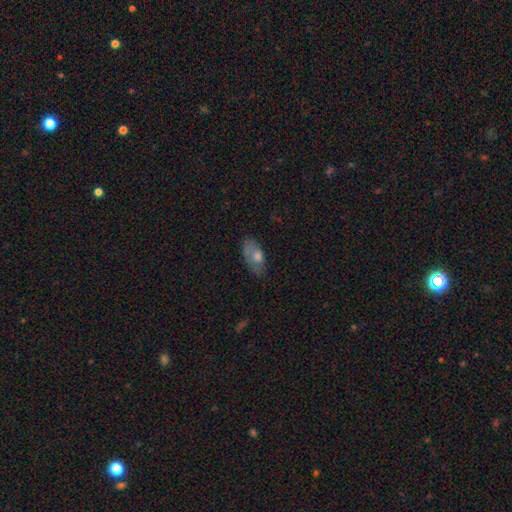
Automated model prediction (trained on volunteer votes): smooth 68%, featured or disk 23%, star or artifact 8%. Down the decision tree: how rounded — in between (90%); merging — none (53%).